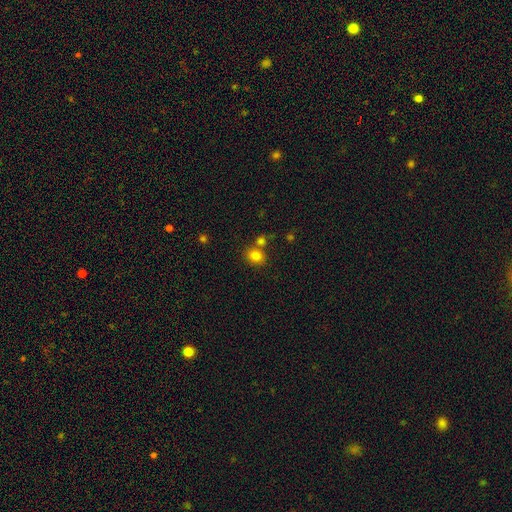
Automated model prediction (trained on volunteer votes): This appears to be a smooth galaxy with no disk features (82%) that is round (58%). Merging: none (67%).